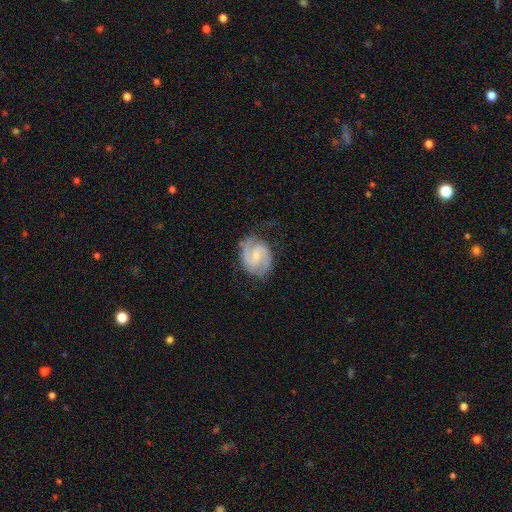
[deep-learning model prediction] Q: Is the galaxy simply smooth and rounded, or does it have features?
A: featured or disk — 87%.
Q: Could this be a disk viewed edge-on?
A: no — 98%.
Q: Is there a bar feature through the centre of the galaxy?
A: weak — 50%.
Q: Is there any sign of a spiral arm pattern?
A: yes — 98%.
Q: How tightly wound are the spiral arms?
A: medium — 51%.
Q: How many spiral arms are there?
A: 2 — 90%.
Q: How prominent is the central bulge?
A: small — 61%.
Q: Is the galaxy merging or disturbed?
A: none — 73%.